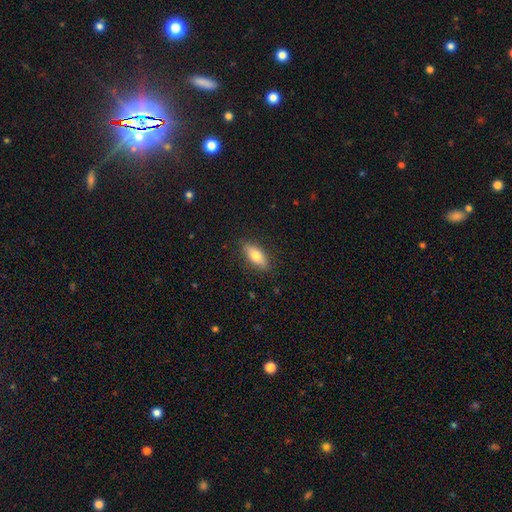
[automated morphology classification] Smooth or featured? Predicted: smooth (p=0.75). How rounded? Predicted: in between (p=0.78). Merging? Predicted: none (p=0.87).